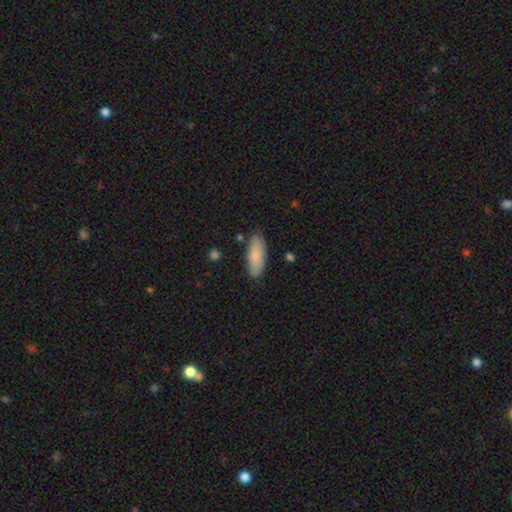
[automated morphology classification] type=smooth (84%); roundness=in between (72%); merging=none (85%).